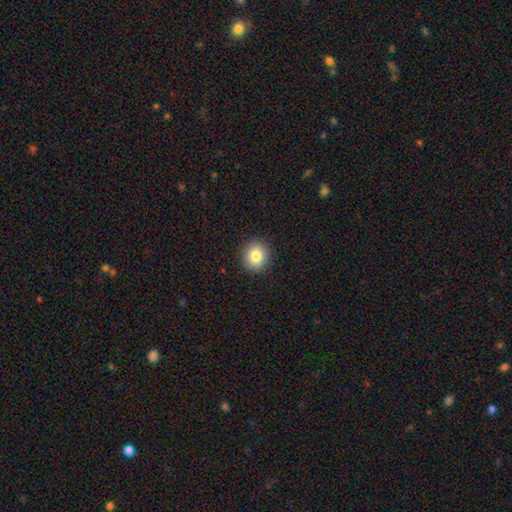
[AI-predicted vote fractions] smooth-or-featured: smooth: 84% | star or artifact: 10% | featured or disk: 7%
  how-rounded: round: 84% | in between: 15% | cigar-shaped: 1%
  merging: none: 92% | minor disturbance: 6% | major disturbance: 2% | merger: 1%